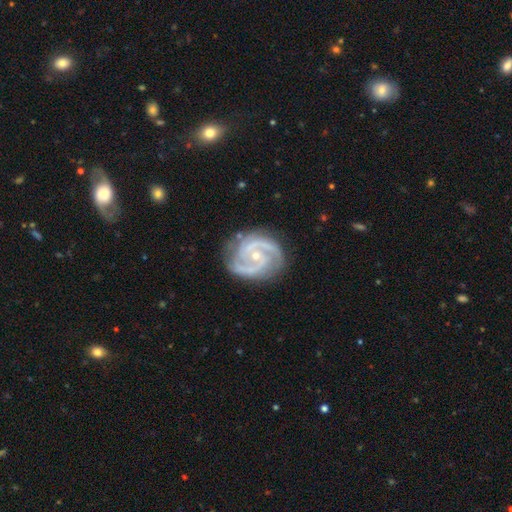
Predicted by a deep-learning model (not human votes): featured or disk 92%, star or artifact 4%, smooth 4%. Down the decision tree: edge-on disk — no (98%); bar — no (57%); spiral arms — yes (98%); spiral arm count — 2 (72%); spiral winding — medium (50%); bulge size — small (68%); merging — none (78%).